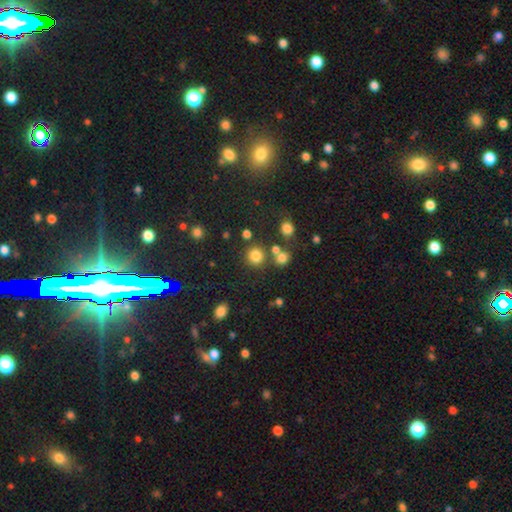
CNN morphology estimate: type=smooth (78%); roundness=round (91%); merging=none (76%).